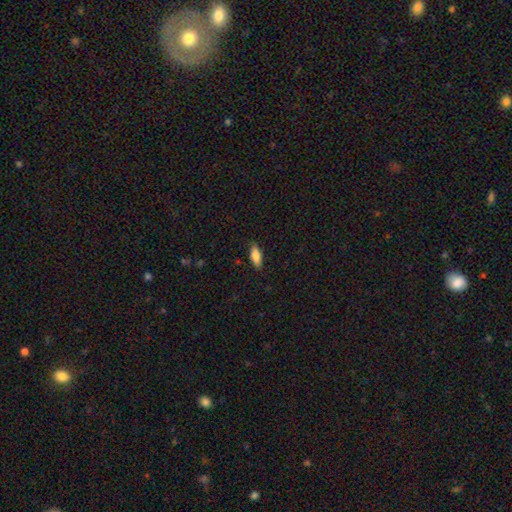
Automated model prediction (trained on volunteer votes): Smooth or featured?
  - smooth: 80% *
  - featured or disk: 14%
  - star or artifact: 7%
How rounded?
  - in between: 70% *
  - cigar-shaped: 28%
  - round: 2%
Merging?
  - none: 84% *
  - minor disturbance: 12%
  - major disturbance: 2%
  - merger: 1%